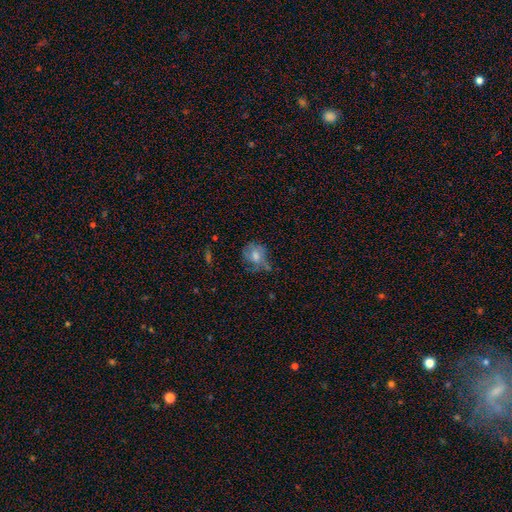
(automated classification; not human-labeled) This is possibly a smooth galaxy (50%). Merging: possibly none (49%).